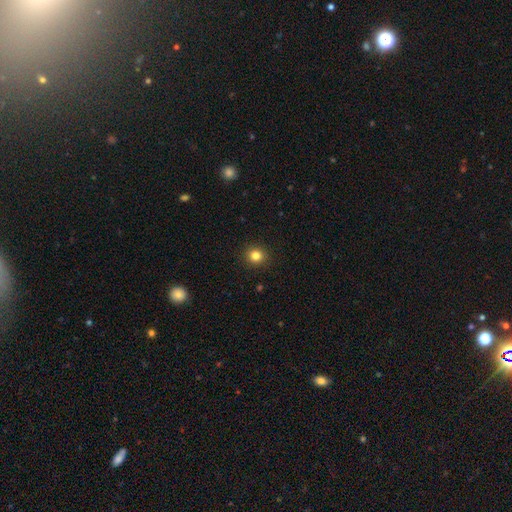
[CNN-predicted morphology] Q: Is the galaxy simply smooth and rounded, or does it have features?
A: smooth — 83%.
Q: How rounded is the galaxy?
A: round — 88%.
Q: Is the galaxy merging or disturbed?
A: none — 92%.